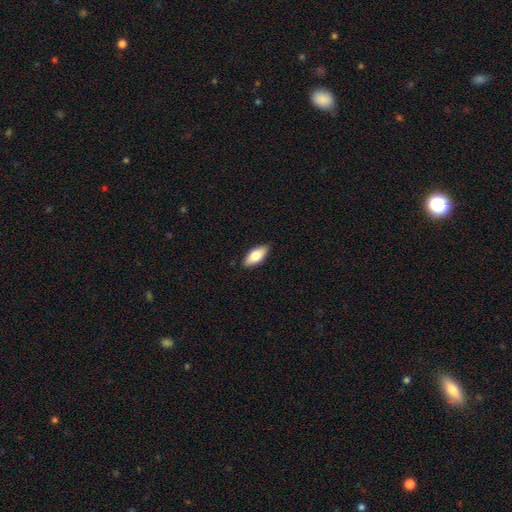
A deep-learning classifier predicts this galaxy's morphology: Smooth or featured?
  - smooth: 76% *
  - featured or disk: 18%
  - star or artifact: 6%
How rounded?
  - in between: 86% *
  - cigar-shaped: 12%
  - round: 2%
Merging?
  - none: 87% *
  - minor disturbance: 10%
  - major disturbance: 2%
  - merger: 1%